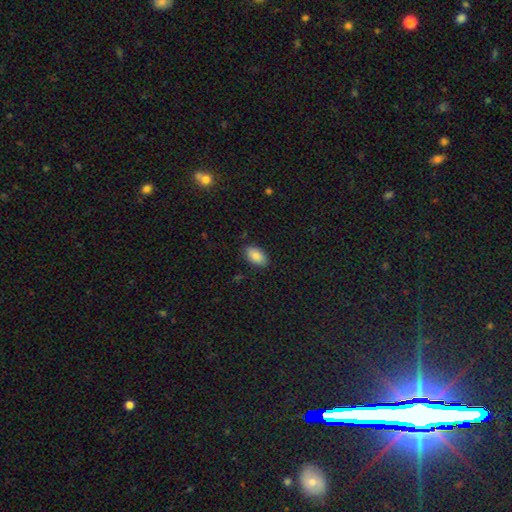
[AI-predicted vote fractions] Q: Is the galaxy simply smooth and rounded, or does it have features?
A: smooth — 85%.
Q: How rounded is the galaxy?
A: in between — 94%.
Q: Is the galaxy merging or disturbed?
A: none — 85%.